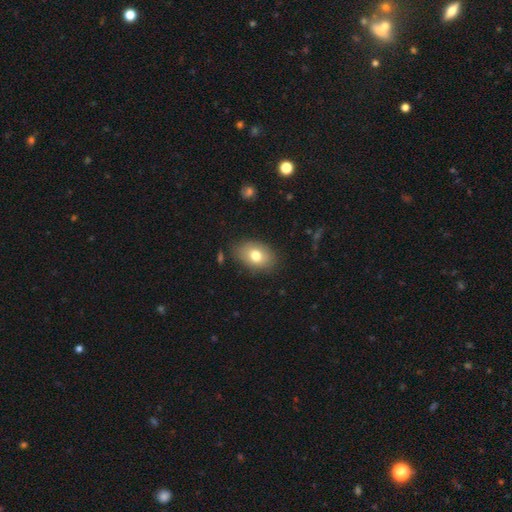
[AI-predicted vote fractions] Smooth or featured: smooth — 75% (featured or disk — 16%)
How rounded: in between — 81% (round — 18%)
Merging: none — 80% (minor disturbance — 15%)